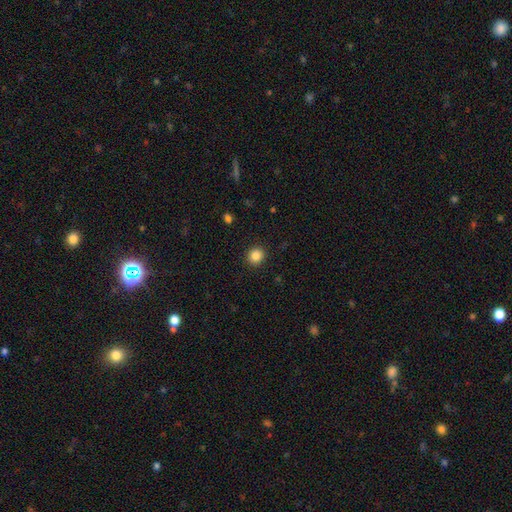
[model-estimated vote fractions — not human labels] Smooth or featured? smooth (85%)
How rounded? round (89%)
Merging? none (92%)